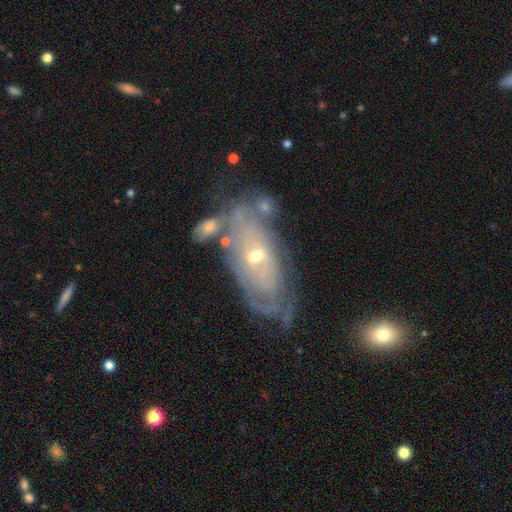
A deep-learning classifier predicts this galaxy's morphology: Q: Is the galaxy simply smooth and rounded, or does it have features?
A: featured or disk — 79%.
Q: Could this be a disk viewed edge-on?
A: no — 89%.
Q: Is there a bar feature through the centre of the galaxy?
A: no — 75%.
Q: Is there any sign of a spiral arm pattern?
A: yes — 78%.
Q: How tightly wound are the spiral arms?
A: tight — 74%.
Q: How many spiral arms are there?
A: can't tell — 66%.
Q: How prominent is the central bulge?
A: small — 57%.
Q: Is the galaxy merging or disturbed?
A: none — 58%.